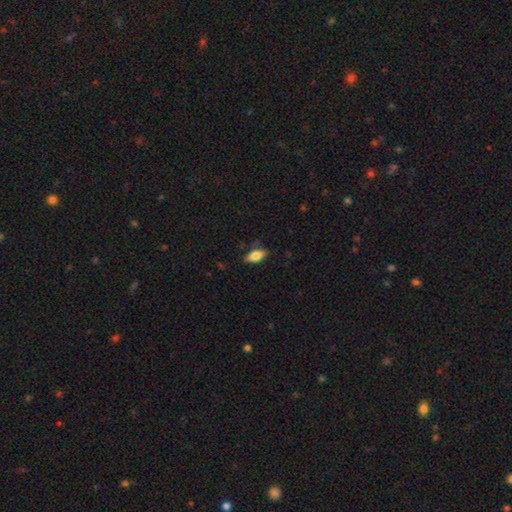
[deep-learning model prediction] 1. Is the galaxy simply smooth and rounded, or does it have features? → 71% smooth, 22% featured or disk, 7% star or artifact.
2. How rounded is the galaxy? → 82% in between, 14% cigar-shaped, 3% round.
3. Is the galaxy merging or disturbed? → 78% none, 17% minor disturbance, 4% major disturbance, 1% merger.